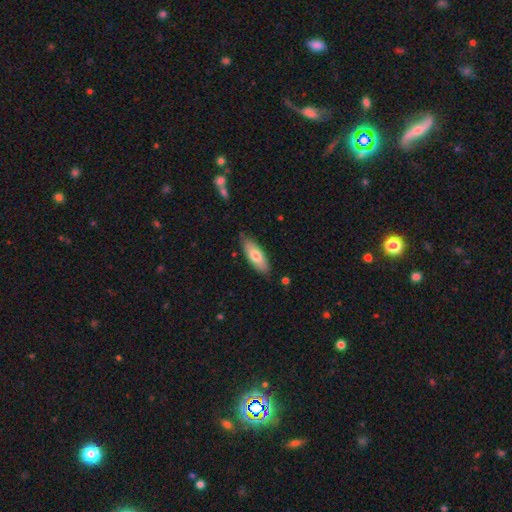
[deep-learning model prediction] Morphology: type=smooth (71%); roundness=in between (68%); merging=none (80%).